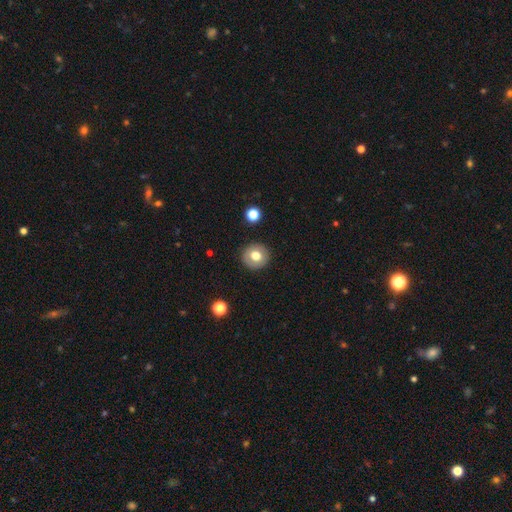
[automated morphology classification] A smooth galaxy with no disk features (73%) that is round (92%). Merging: none (91%).